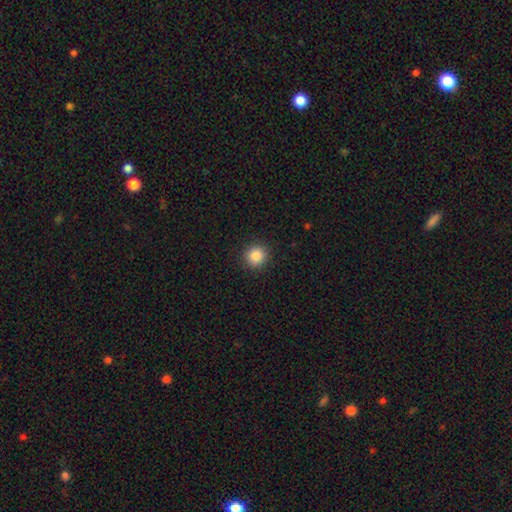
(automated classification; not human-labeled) smooth-or-featured: smooth: 85% | star or artifact: 10% | featured or disk: 4%
  how-rounded: round: 92% | in between: 7% | cigar-shaped: 1%
  merging: none: 91% | minor disturbance: 6% | major disturbance: 2% | merger: 1%